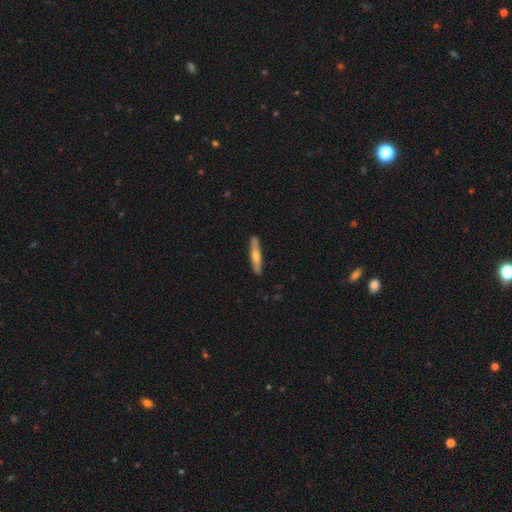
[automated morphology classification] smooth_or_featured: smooth (p=0.57) [alt: featured or disk p=0.38]
how_rounded: cigar-shaped (p=0.88) [alt: in between p=0.11]
merging: none (p=0.87) [alt: minor disturbance p=0.09]